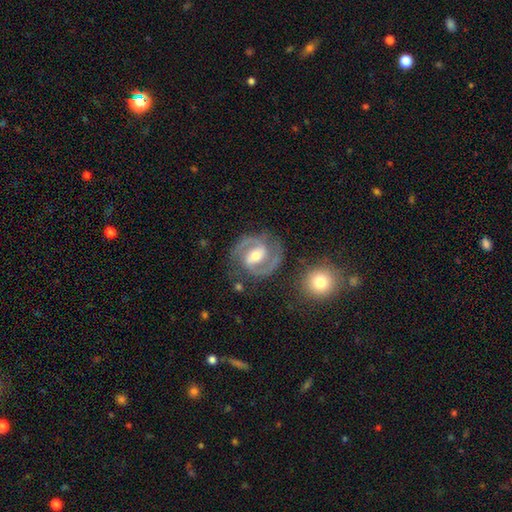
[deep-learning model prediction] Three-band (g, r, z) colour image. It shows a featured or disk galaxy (90%) with a strong bar (43%), 2 (93%) medium (58%) spiral arms (97%) and a moderate central bulge (62%). Merging: none (80%).